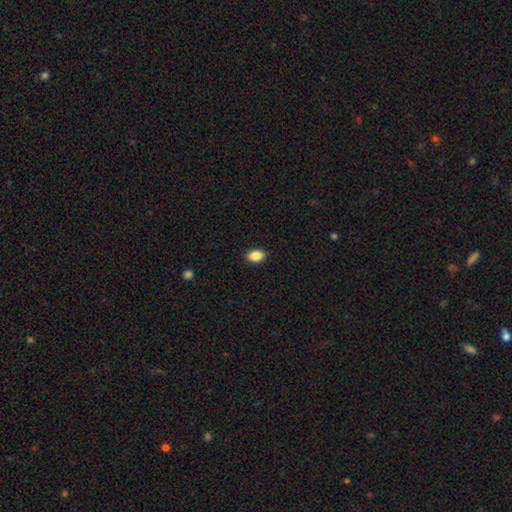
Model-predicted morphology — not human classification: This appears to be a smooth galaxy with no disk features (88%) that is in between round and cigar-shaped (84%). Merging: none (90%).